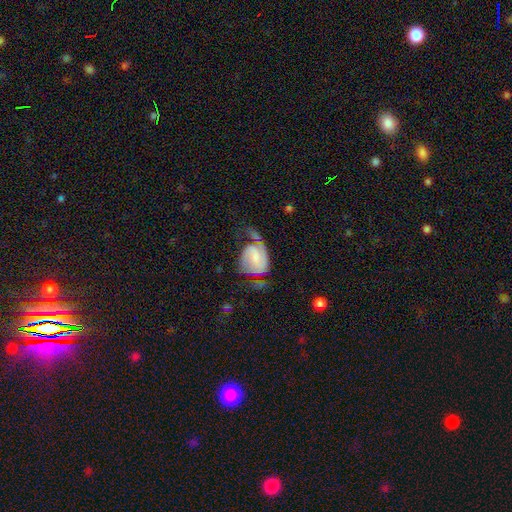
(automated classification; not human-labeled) Morphology: type=featured or disk (52%); edge-on=no (97%); bar=weak (46%); spiral arms=yes (77%); bulge=small (45%); merging=major disturbance (40%).